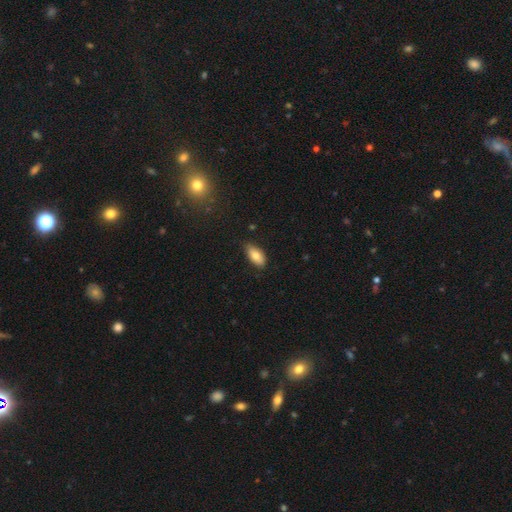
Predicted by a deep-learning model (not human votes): smooth 80%, featured or disk 13%, star or artifact 7%. Down the decision tree: how rounded — in between (90%); merging — none (75%).